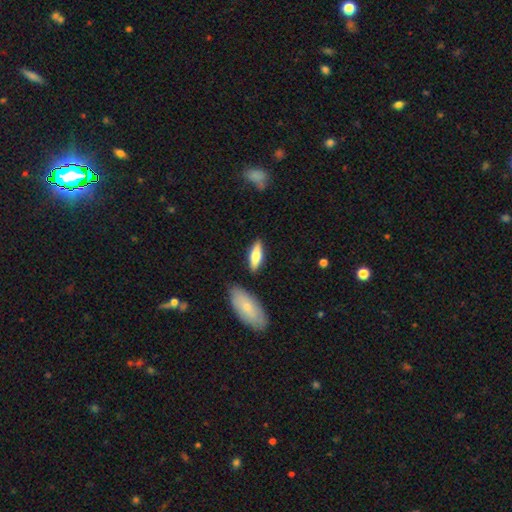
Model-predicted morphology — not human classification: smooth_or_featured: smooth (p=0.63) [alt: featured or disk p=0.31]
how_rounded: in between (p=0.54) [alt: cigar-shaped p=0.44]
merging: none (p=0.83) [alt: minor disturbance p=0.10]